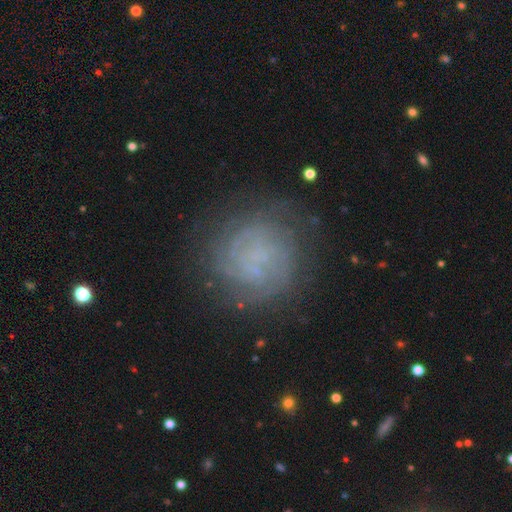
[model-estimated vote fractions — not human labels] smooth-or-featured: featured or disk: 58% | smooth: 29% | star or artifact: 13%
  disk-edge-on: no: 98% | yes: 2%
    bar: no: 77% | weak: 19% | strong: 4%
    has-spiral-arms: yes: 77% | no: 23%
    bulge-size: none: 63% | small: 27% | moderate: 6% | large: 2% | dominant: 1%
  merging: none: 79% | minor disturbance: 13% | major disturbance: 7% | merger: 1%